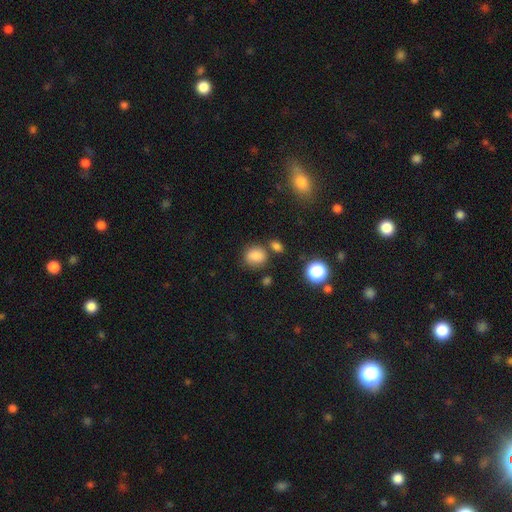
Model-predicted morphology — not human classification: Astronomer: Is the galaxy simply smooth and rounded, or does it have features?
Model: smooth — 82%.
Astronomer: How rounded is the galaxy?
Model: round — 67%.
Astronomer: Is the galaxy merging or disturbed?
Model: none — 69%.